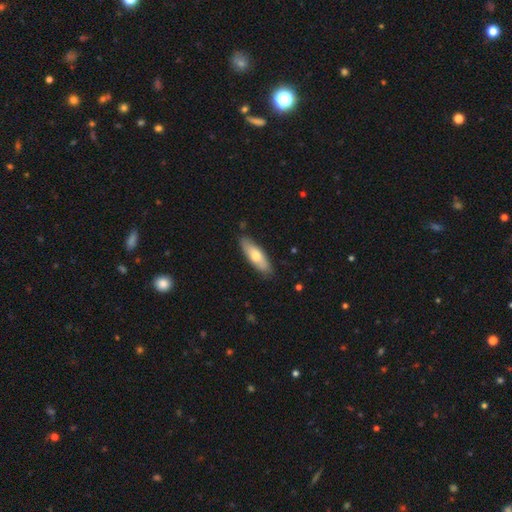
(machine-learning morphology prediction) The model was most divided on "how rounded": in between: 53%, cigar-shaped: 45%, round: 2%. More confident: merging — none (85%); smooth or featured — smooth (65%).